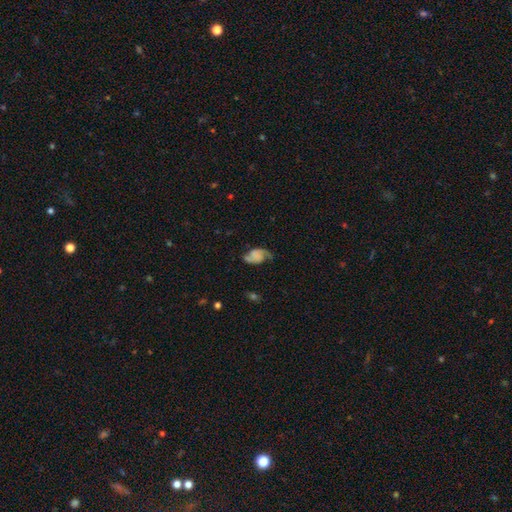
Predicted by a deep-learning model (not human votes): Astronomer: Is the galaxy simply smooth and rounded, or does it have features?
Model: featured or disk — 60%.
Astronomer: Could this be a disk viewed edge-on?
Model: no — 97%.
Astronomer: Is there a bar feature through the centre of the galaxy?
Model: no — 67%.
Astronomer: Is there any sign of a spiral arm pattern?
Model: yes — 87%.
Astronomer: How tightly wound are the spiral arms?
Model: loose — 55% (runner-up: medium, 32%).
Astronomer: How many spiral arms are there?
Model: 2 — 84%.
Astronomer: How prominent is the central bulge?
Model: none — 67%.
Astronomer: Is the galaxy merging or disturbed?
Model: none — 52%.